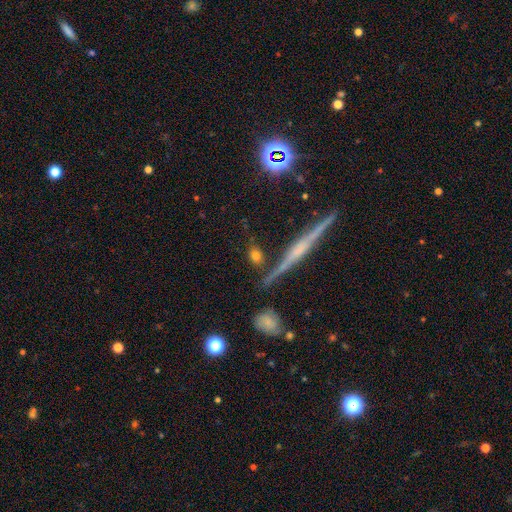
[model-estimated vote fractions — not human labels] This appears to be a smooth galaxy with no disk features (74%) that is in between round and cigar-shaped (48%). Merging: none (76%).